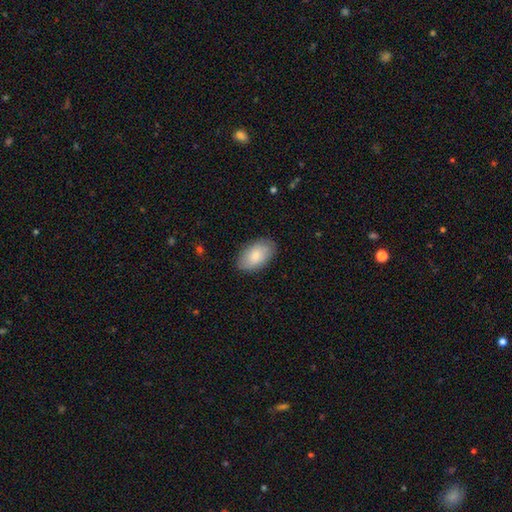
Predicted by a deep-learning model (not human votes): Morphology: type=smooth (82%); roundness=in between (94%); merging=none (84%).